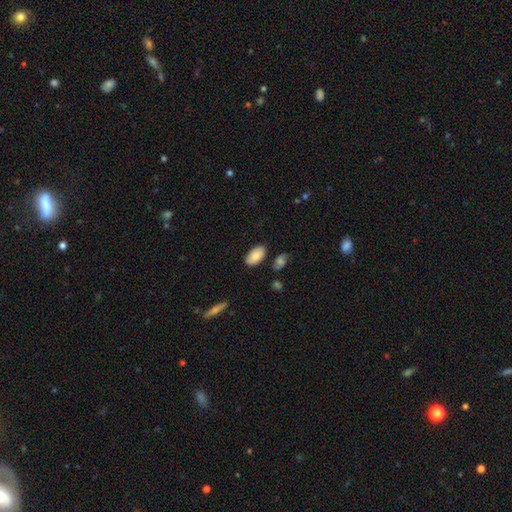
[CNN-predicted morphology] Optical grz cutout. It shows a smooth galaxy with no disk features (83%) that is in between round and cigar-shaped (95%). Merging: none (81%).